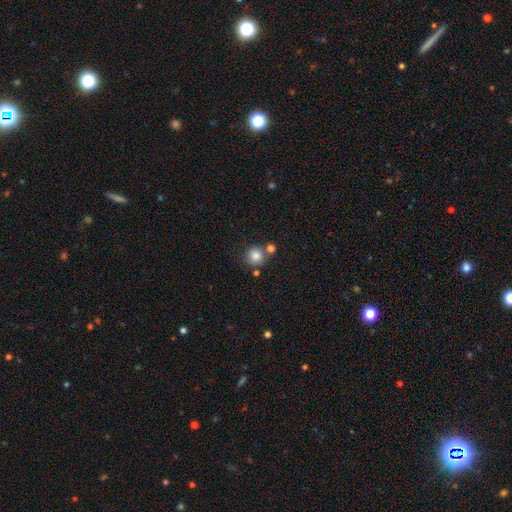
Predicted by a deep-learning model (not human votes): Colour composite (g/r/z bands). It shows a smooth galaxy with no disk features (82%) that is round (93%). Merging: none (71%).